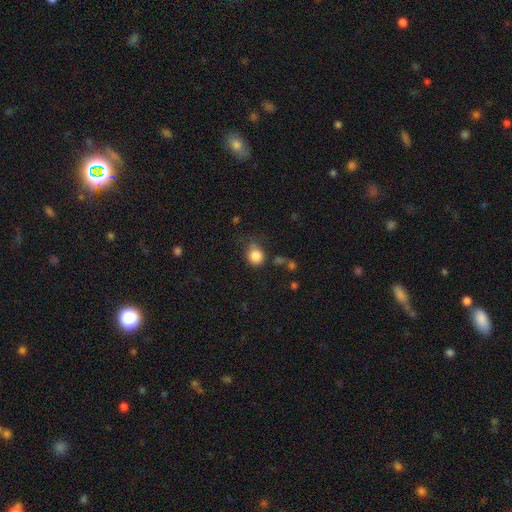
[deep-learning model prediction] smooth-or-featured: smooth: 84% | star or artifact: 10% | featured or disk: 6%
  how-rounded: round: 83% | in between: 16% | cigar-shaped: 1%
  merging: none: 56% | minor disturbance: 27% | major disturbance: 11% | merger: 6%